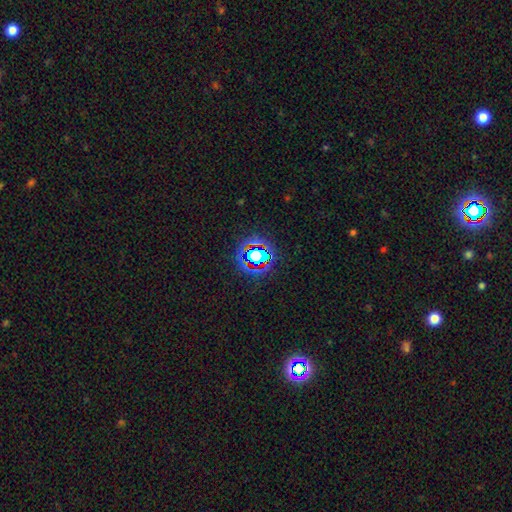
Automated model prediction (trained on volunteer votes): Smooth or featured?
  - star or artifact: 67% *
  - smooth: 21%
  - featured or disk: 13%